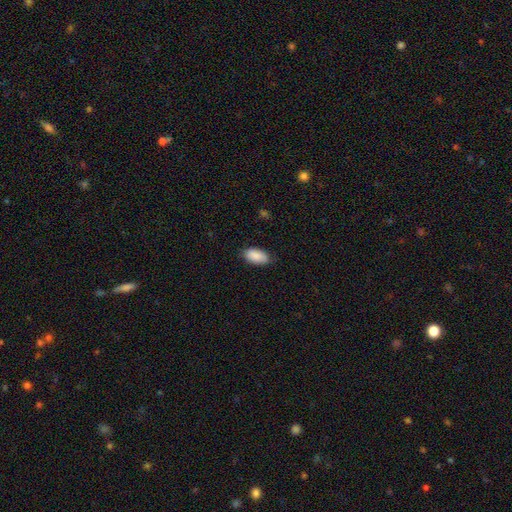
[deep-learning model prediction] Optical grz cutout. It shows a smooth galaxy with no disk features (90%) that is in between round and cigar-shaped (94%). Merging: none (82%).